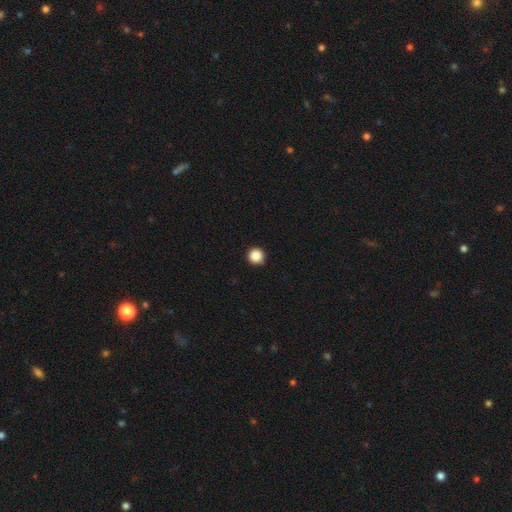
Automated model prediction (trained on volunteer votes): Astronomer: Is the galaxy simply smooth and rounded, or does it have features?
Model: smooth — 88%.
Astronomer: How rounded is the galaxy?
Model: round — 96%.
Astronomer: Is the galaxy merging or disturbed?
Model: none — 93%.